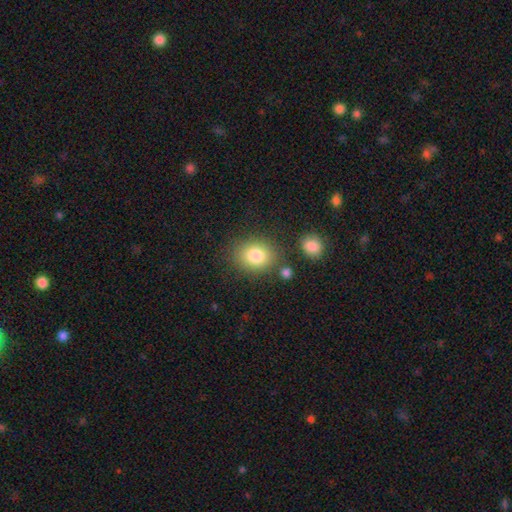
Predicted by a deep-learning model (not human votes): Smooth or featured: smooth — 83% (star or artifact — 10%)
How rounded: round — 59% (in between — 40%)
Merging: none — 77% (minor disturbance — 11%)